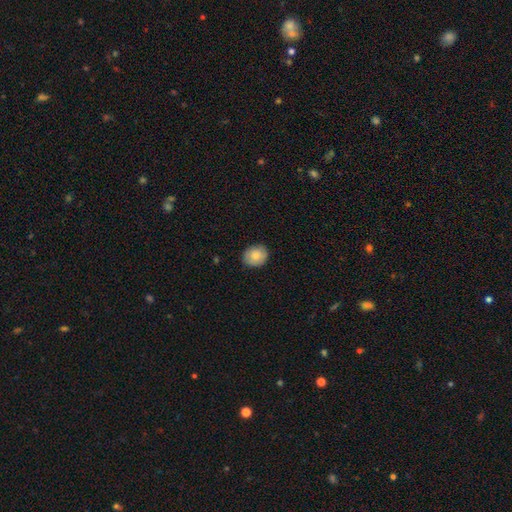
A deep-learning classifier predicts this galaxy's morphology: A smooth galaxy with no disk features (79%) that is round (60%). Merging: none (84%).